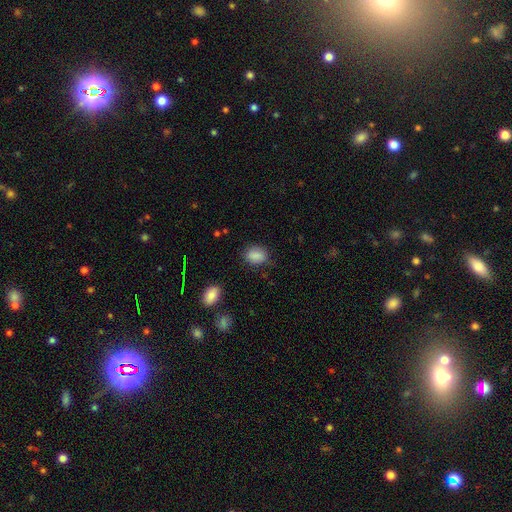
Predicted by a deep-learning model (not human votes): Overall: smooth (87%). How rounded: in between (68%; round 31%). Merging: none (76%).